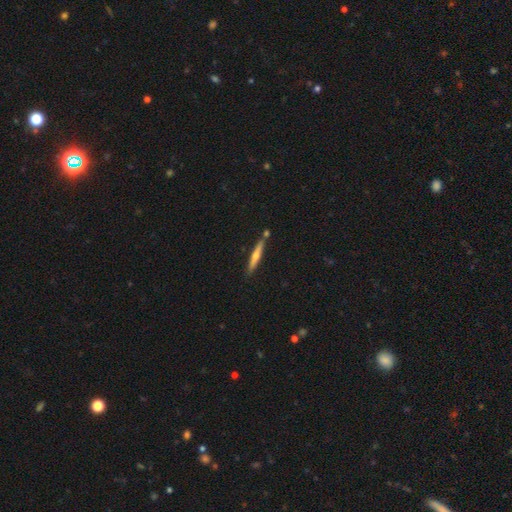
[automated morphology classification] featured or disk 52%, smooth 42%, star or artifact 6%. Down the decision tree: edge-on disk — yes (96%); merging — none (80%).